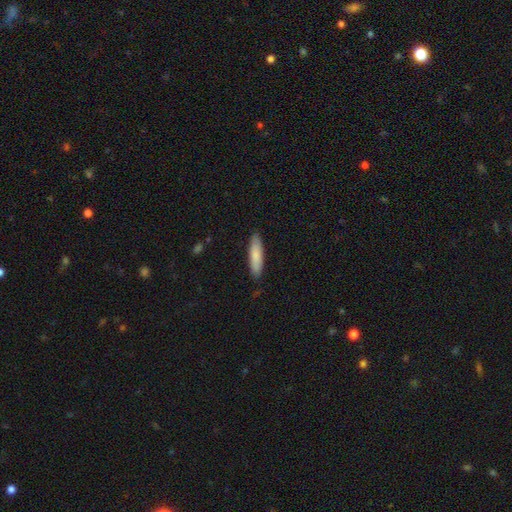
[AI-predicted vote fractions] Smooth or featured? Predicted: smooth (p=0.83). How rounded? Predicted: cigar-shaped (p=0.68). Merging? Predicted: none (p=0.87).